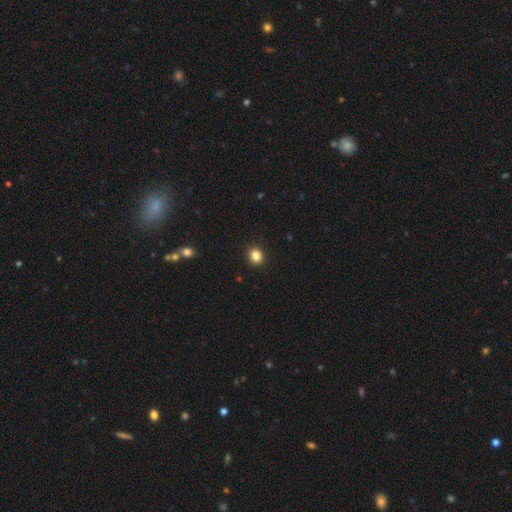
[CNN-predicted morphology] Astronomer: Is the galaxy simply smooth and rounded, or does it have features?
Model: smooth — 86%.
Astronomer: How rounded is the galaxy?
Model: round — 73%.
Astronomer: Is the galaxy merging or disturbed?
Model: none — 92%.